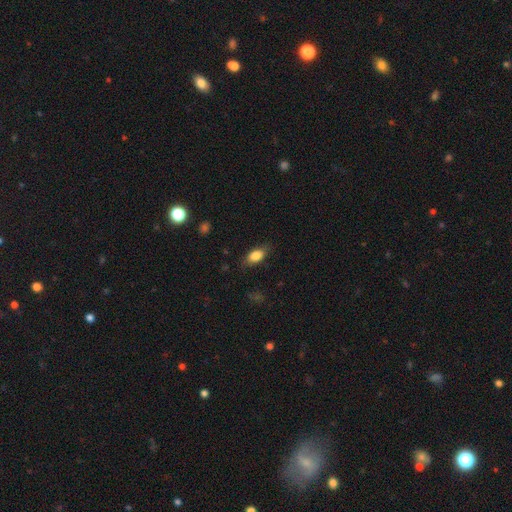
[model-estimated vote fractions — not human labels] smooth 82%, featured or disk 10%, star or artifact 8%. Down the decision tree: how rounded — in between (86%); merging — none (78%).